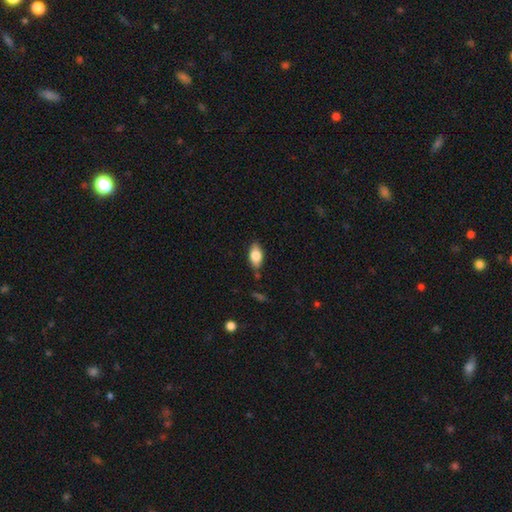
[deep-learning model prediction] Q: Smooth or featured?
A: smooth (74%); runner-up: featured or disk (19%)
Q: How rounded?
A: in between (88%); runner-up: cigar-shaped (8%)
Q: Merging?
A: none (78%); runner-up: minor disturbance (16%)